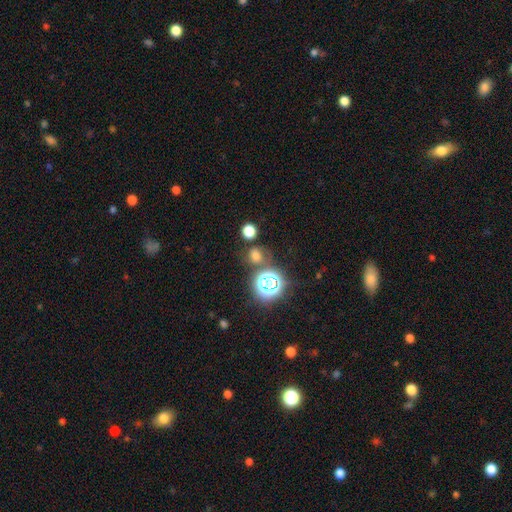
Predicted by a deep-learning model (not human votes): This is possibly a smooth galaxy (59%). How rounded: likely round (75%). Merging: likely none (68%).